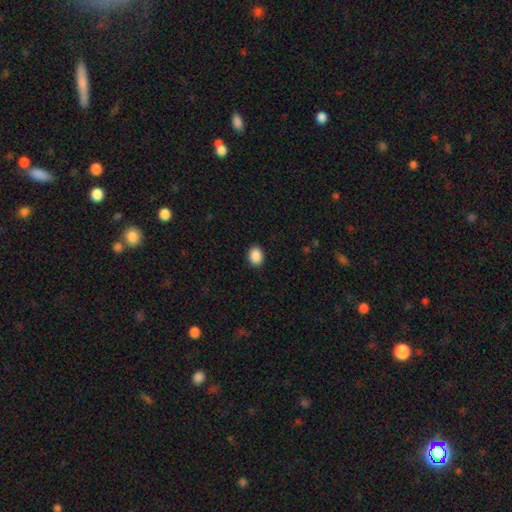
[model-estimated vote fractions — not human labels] Overall: smooth (90%). How rounded: in between (58%; round 41%). Merging: none (91%).